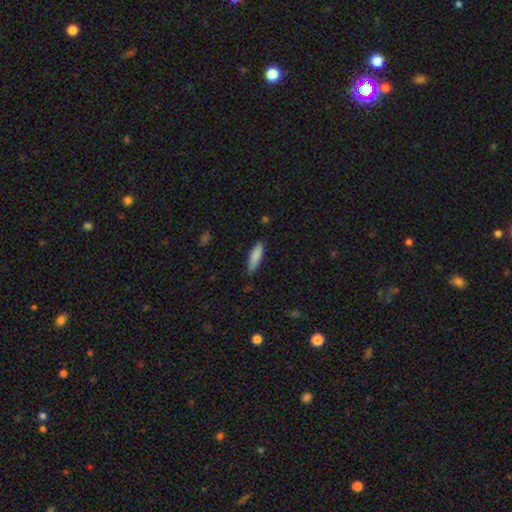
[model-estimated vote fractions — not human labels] The model was most divided on "how rounded": cigar-shaped: 58%, in between: 40%, round: 2%. More confident: smooth or featured — smooth (84%); merging — none (83%).